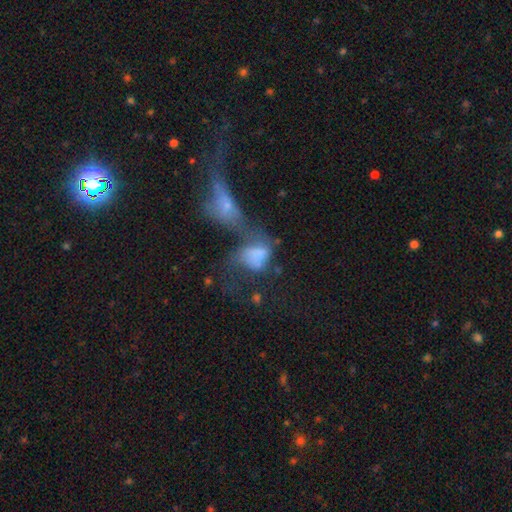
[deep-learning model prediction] A smooth galaxy with no disk features (59%) that is in between round and cigar-shaped (78%). Merging: merger (60%).